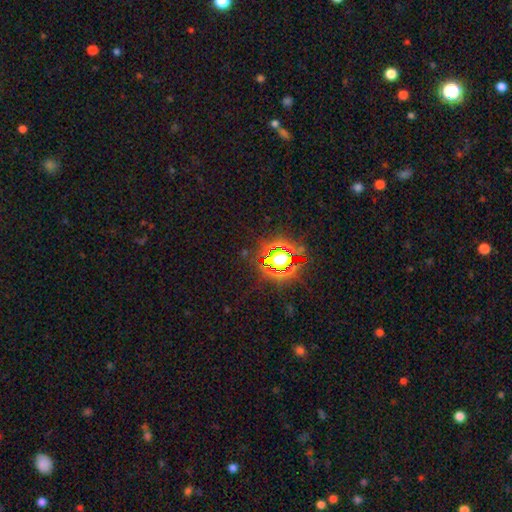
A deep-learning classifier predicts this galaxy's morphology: smooth-or-featured: star or artifact: 81% | smooth: 11% | featured or disk: 7%